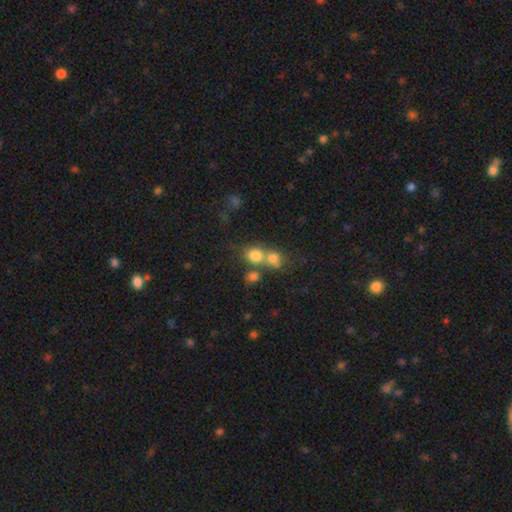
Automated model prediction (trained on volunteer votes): Q: Smooth or featured?
A: smooth (76%); runner-up: star or artifact (14%)
Q: How rounded?
A: round (74%); runner-up: in between (25%)
Q: Merging?
A: merger (47%); runner-up: none (41%)